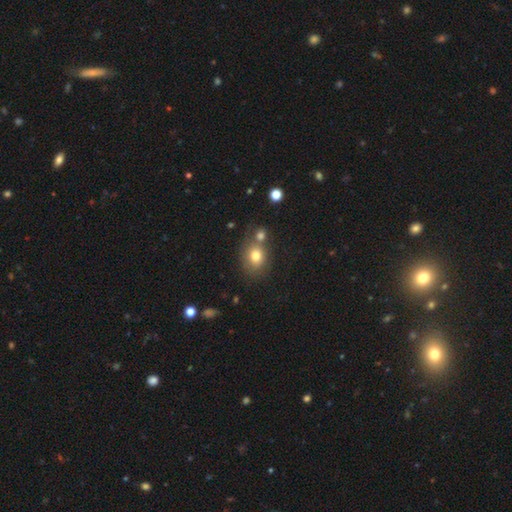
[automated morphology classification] A smooth galaxy with no disk features (78%) that is round (63%). Merging: none (57%).